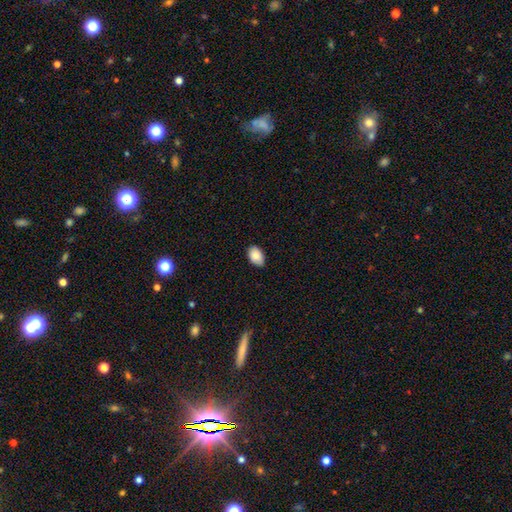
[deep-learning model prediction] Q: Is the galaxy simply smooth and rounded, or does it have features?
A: smooth — 86%.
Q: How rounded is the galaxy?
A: in between — 90%.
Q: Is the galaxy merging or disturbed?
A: none — 86%.